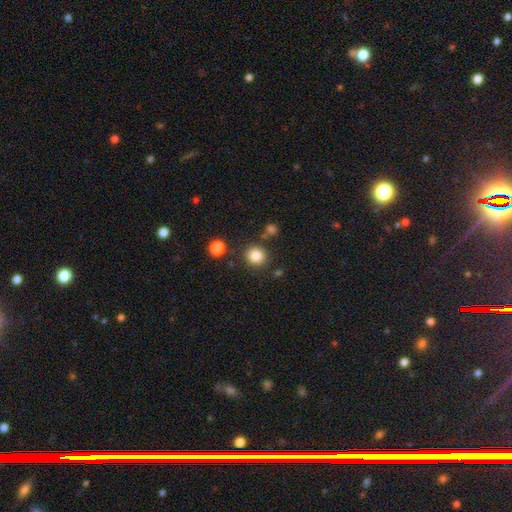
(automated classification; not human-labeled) Q: Smooth or featured?
A: smooth (84%); runner-up: star or artifact (11%)
Q: How rounded?
A: round (90%); runner-up: in between (9%)
Q: Merging?
A: none (85%); runner-up: minor disturbance (8%)